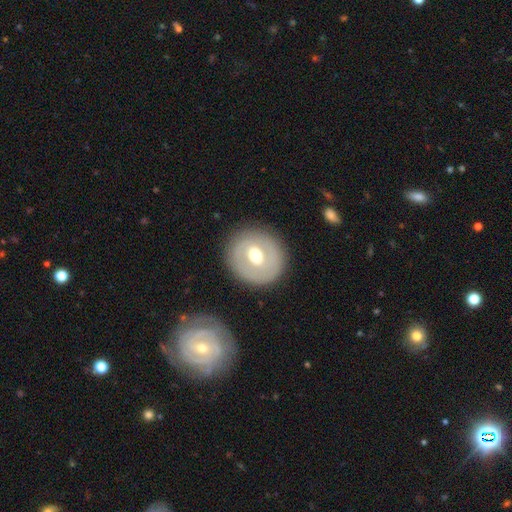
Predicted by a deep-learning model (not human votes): Smooth or featured? Predicted: featured or disk (p=0.53). Edge-on disk? Predicted: no (p=0.95). Bar? Predicted: no (p=0.49). Spiral arms? Predicted: no (p=0.74). Bulge size? Predicted: moderate (p=0.74). Merging? Predicted: none (p=0.83).